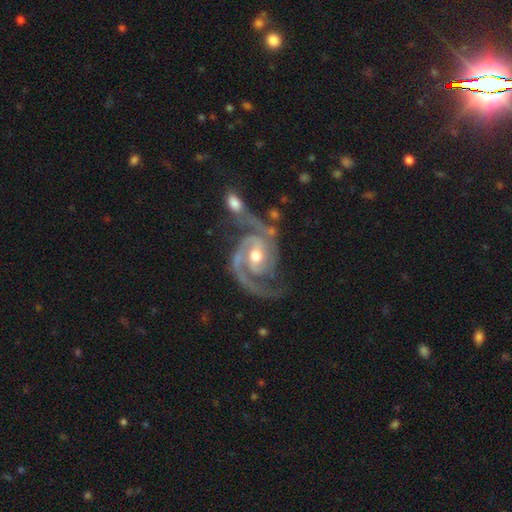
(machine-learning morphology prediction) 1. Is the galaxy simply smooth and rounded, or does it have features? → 93% featured or disk, 4% star or artifact, 3% smooth.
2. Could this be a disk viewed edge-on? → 98% no, 2% yes.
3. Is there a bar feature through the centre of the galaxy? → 43% no, 40% weak, 18% strong.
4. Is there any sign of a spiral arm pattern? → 98% yes, 2% no.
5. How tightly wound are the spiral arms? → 52% medium, 37% tight, 11% loose.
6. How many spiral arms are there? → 84% 2, 7% 3, 3% can't tell, 3% 1, 2% 4, 2% more than 4.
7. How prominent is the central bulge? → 73% moderate, 19% small, 5% large, 1% none, 1% dominant.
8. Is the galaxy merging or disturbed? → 46% none, 22% merger, 18% minor disturbance, 13% major disturbance.